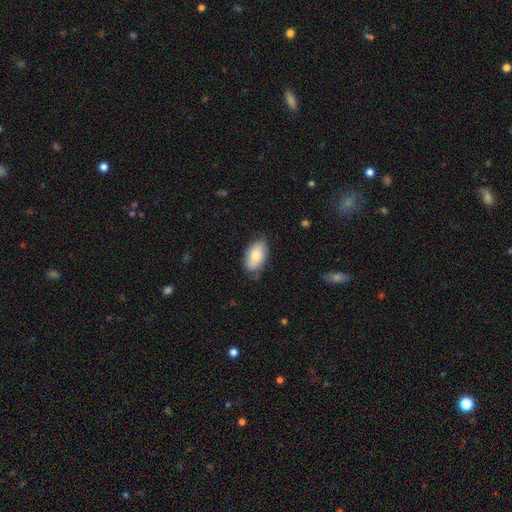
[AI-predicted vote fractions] Q: Smooth or featured?
A: smooth (76%); runner-up: featured or disk (18%)
Q: How rounded?
A: in between (93%); runner-up: round (4%)
Q: Merging?
A: none (73%); runner-up: minor disturbance (22%)